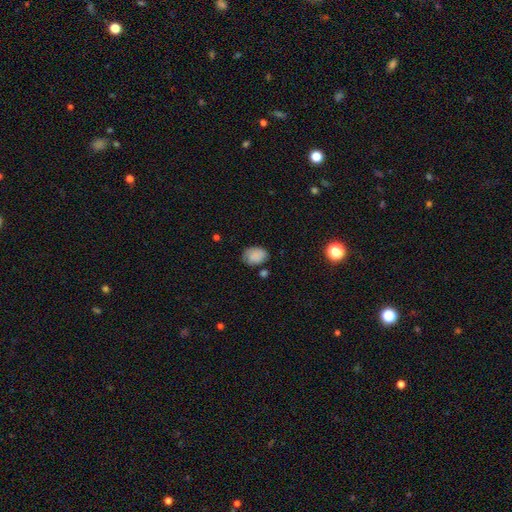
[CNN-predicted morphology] type=smooth (81%); roundness=in between (72%); merging=none (62%).